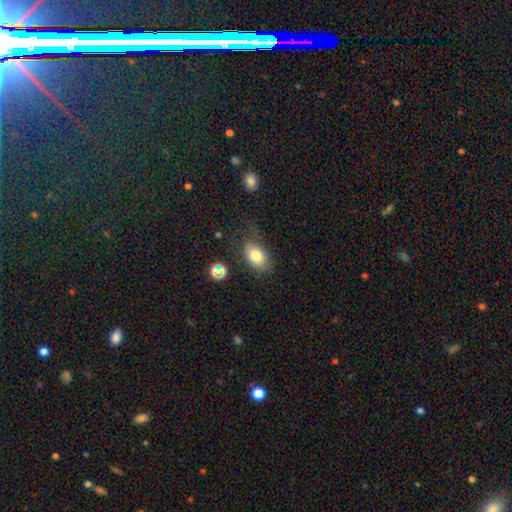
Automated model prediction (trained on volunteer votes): smooth-or-featured: smooth: 78% | featured or disk: 12% | star or artifact: 10%
  how-rounded: in between: 85% | round: 13% | cigar-shaped: 2%
  merging: none: 64% | minor disturbance: 22% | major disturbance: 11% | merger: 3%